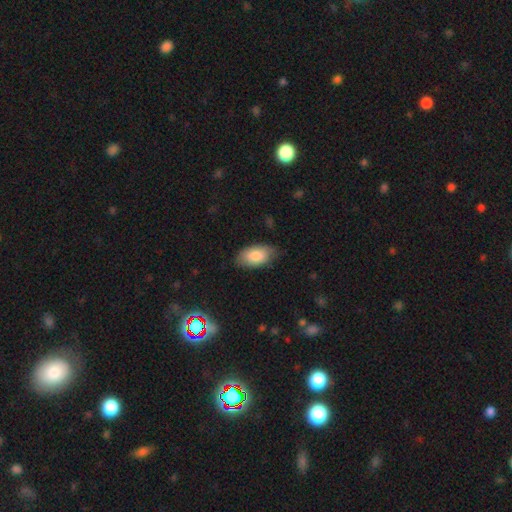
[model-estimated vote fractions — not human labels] Smooth or featured: smooth — 83% (featured or disk — 11%)
How rounded: in between — 94% (round — 4%)
Merging: none — 74% (minor disturbance — 22%)